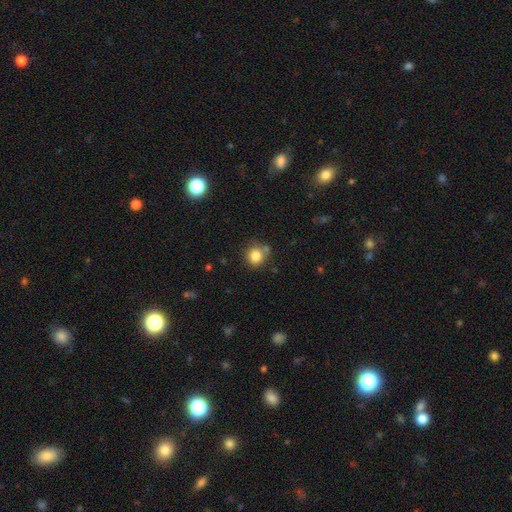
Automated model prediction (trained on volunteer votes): This is clearly a smooth galaxy (84%). How rounded: clearly round (85%). Merging: likely none (68%).